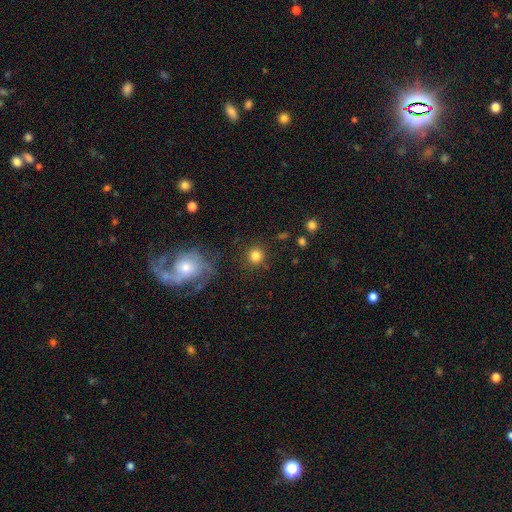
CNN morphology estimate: smooth-or-featured: smooth: 83% | star or artifact: 11% | featured or disk: 6%
  how-rounded: round: 92% | in between: 7% | cigar-shaped: 1%
  merging: none: 85% | minor disturbance: 8% | major disturbance: 4% | merger: 3%